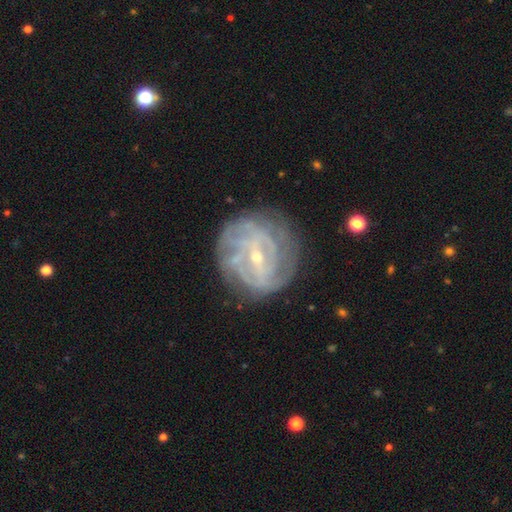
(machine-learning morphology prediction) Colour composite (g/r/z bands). It shows a featured or disk galaxy (83%) with a weak bar (47%), tight (70%) spiral arms (91%) and a small central bulge (76%). Merging: none (76%).